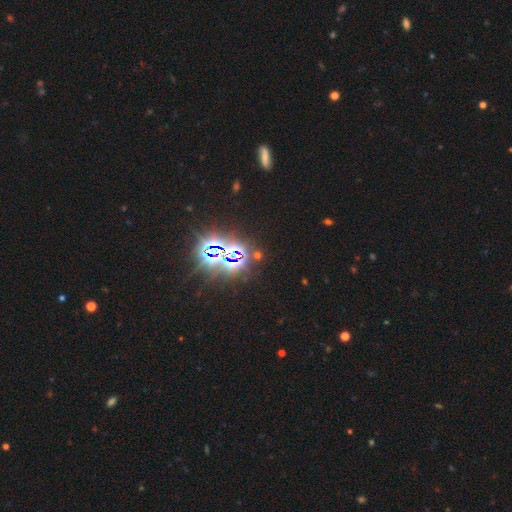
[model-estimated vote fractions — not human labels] Overall: star or artifact (81%).